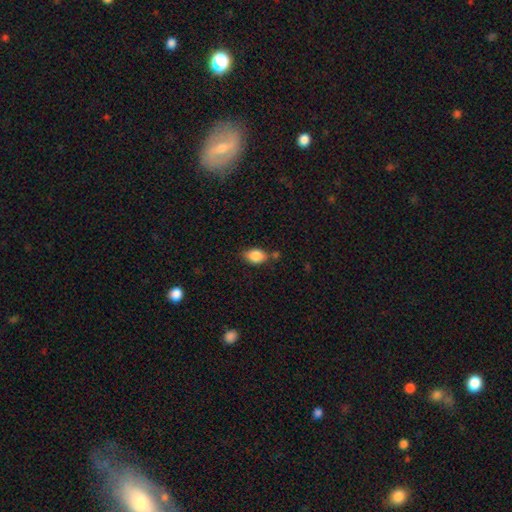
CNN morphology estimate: This appears to be a smooth galaxy with no disk features (86%) that is in between round and cigar-shaped (79%). Merging: none (66%).